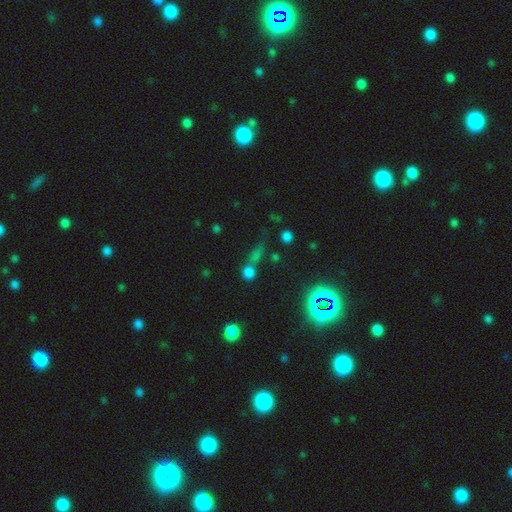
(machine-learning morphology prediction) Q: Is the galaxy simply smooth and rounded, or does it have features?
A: star or artifact — 47%.